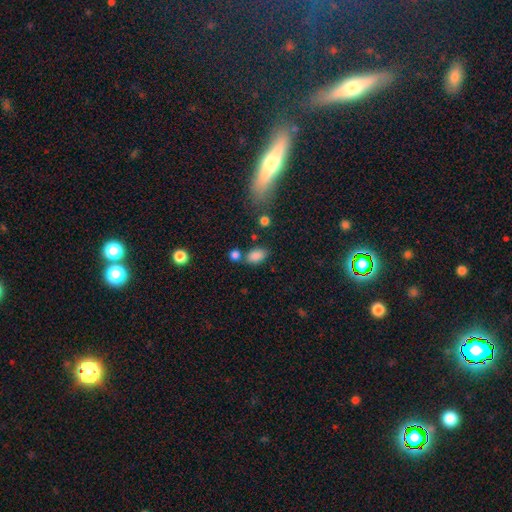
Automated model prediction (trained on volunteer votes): A smooth galaxy with no disk features (85%) that is in between round and cigar-shaped (88%).

Vote fractions:
- Smooth or featured? smooth: 85% / star or artifact: 10% / featured or disk: 5%
- How rounded? in between: 88% / round: 10% / cigar-shaped: 2%
- Merging? none: 66% / minor disturbance: 15% / merger: 13% / major disturbance: 5%